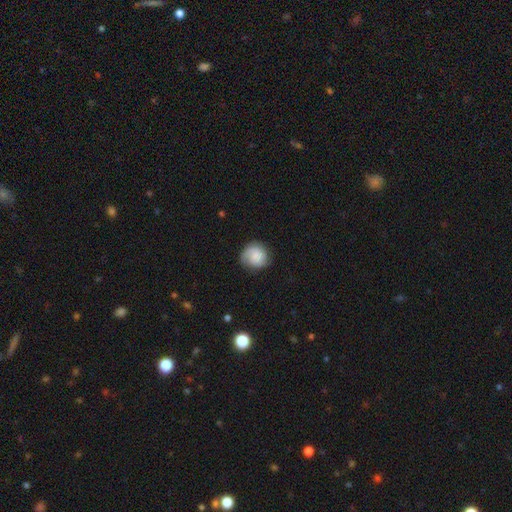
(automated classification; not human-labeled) Smooth or featured? smooth (56%)
How rounded? round (84%)
Merging? none (75%)